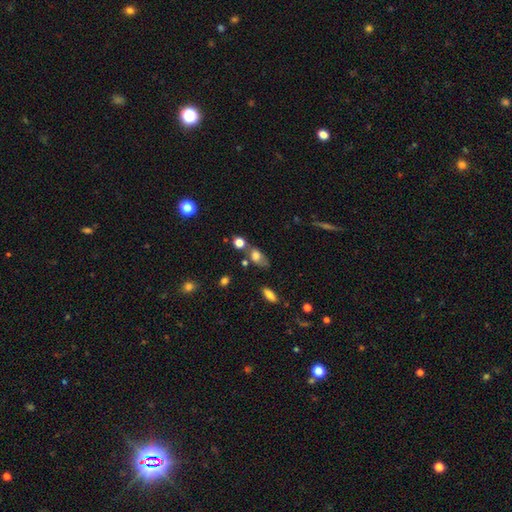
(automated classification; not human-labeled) A smooth galaxy with no disk features (70%) that is in between round and cigar-shaped (76%). Merging: none (48%).